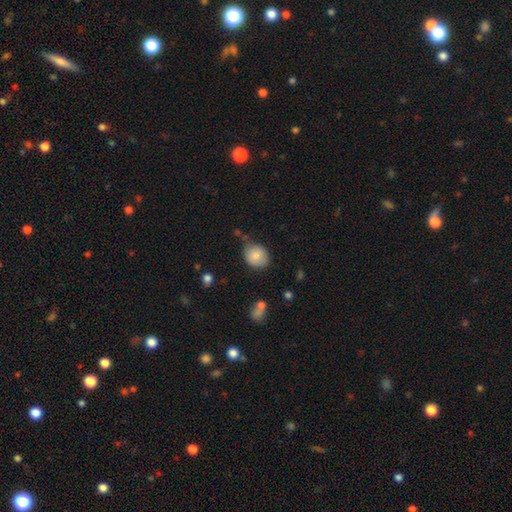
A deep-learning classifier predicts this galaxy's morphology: The model was most divided on "how rounded": round: 67%, in between: 32%, cigar-shaped: 1%. More confident: smooth or featured — smooth (83%); merging — none (68%).